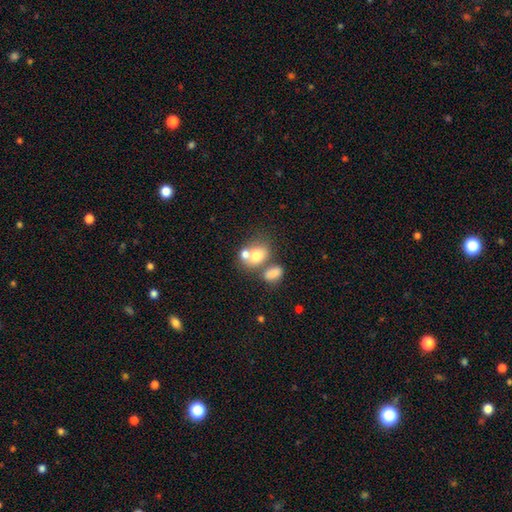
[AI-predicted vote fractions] Smooth or featured: smooth — 71% (featured or disk — 19%)
How rounded: in between — 57% (round — 41%)
Merging: merger — 51% (none — 33%)